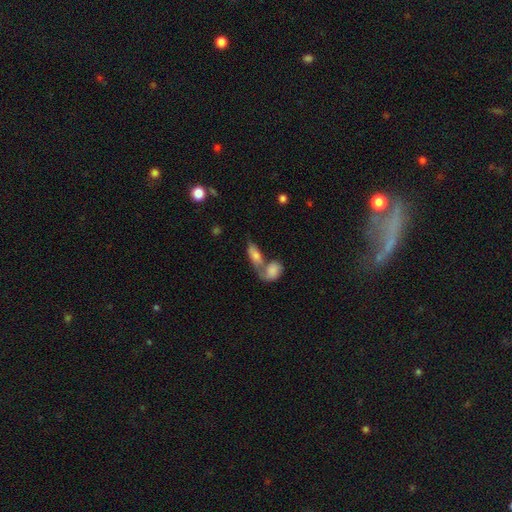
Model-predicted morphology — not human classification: This is likely a smooth galaxy (64%). How rounded: likely in between (76%). Merging: possibly merger (54%).